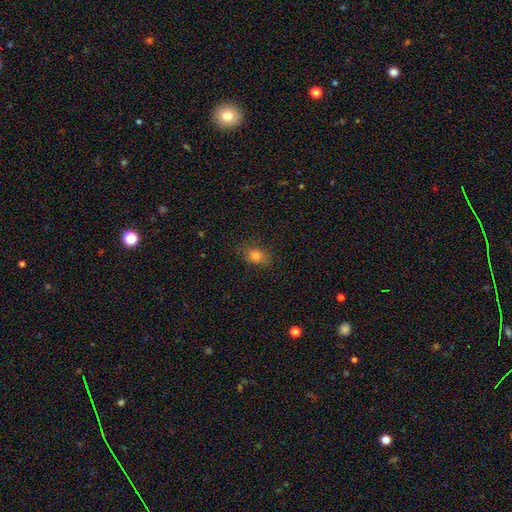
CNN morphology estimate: The model was most divided on "how rounded": in between: 63%, round: 35%, cigar-shaped: 2%. More confident: merging — none (80%); smooth or featured — smooth (79%).